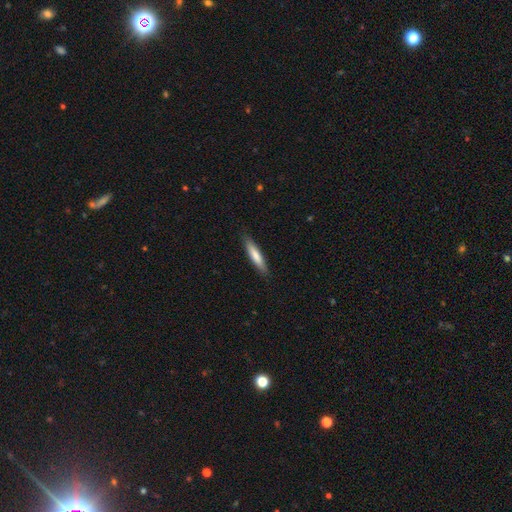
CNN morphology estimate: Smooth or featured?
  - smooth: 76% *
  - featured or disk: 19%
  - star or artifact: 5%
How rounded?
  - cigar-shaped: 87% *
  - in between: 12%
  - round: 1%
Merging?
  - none: 88% *
  - minor disturbance: 10%
  - major disturbance: 2%
  - merger: 1%